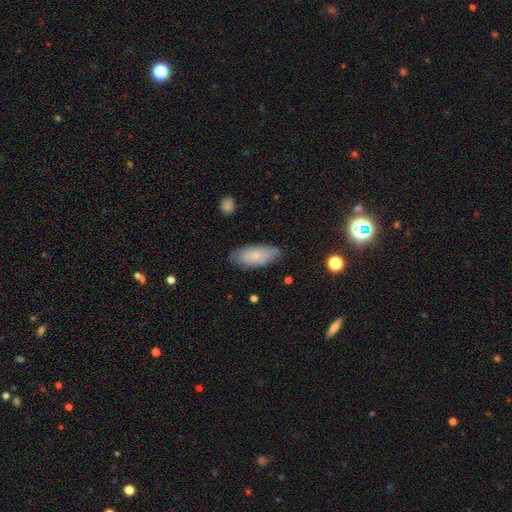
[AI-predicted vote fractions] smooth_or_featured: smooth (p=0.67) [alt: featured or disk p=0.26]
how_rounded: in between (p=0.85) [alt: cigar-shaped p=0.12]
merging: none (p=0.71) [alt: minor disturbance p=0.23]